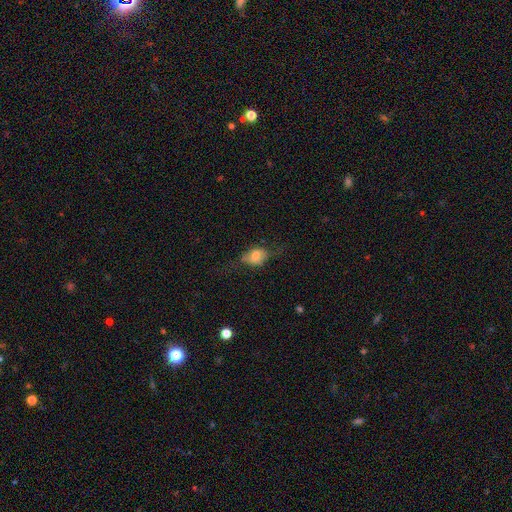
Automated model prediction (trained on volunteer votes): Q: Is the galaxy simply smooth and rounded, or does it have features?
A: smooth — 63%.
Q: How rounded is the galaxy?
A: in between — 67%.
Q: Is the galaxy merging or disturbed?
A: none — 52%.